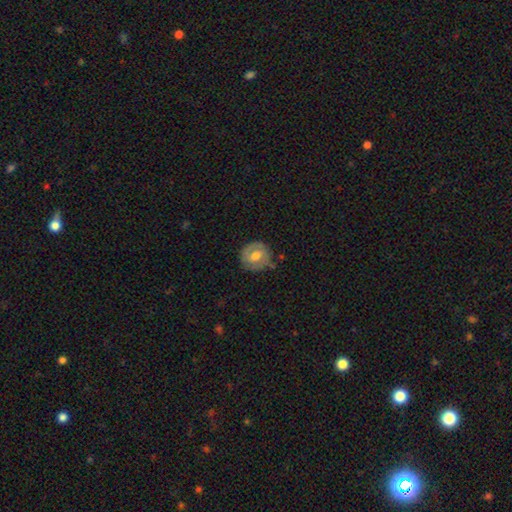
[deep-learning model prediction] A featured or disk galaxy (53%) with a weak bar (46%), spiral arms (65%) and a moderate central bulge (67%). Merging: none (72%).